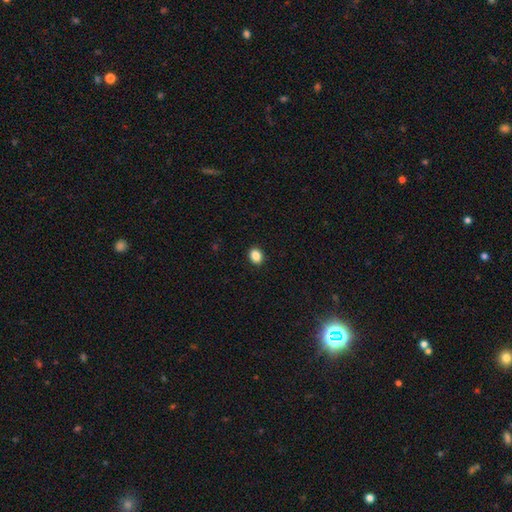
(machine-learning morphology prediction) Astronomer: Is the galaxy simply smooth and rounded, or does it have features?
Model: smooth — 87%.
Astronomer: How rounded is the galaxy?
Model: in between — 50% (runner-up: round, 49%).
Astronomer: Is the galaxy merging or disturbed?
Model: none — 92%.